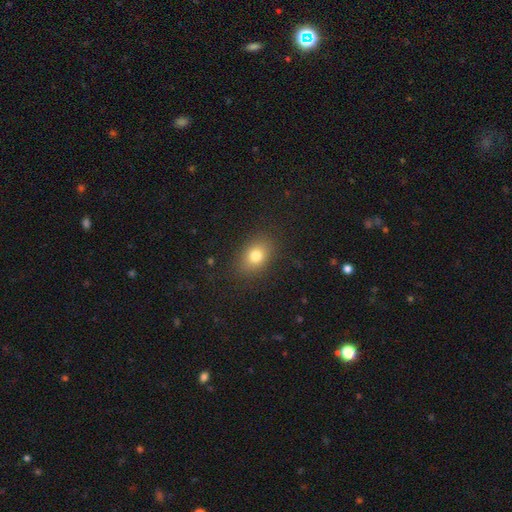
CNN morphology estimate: smooth_or_featured: smooth (p=0.78) [alt: star or artifact p=0.11]
how_rounded: in between (p=0.72) [alt: round p=0.27]
merging: none (p=0.85) [alt: minor disturbance p=0.10]